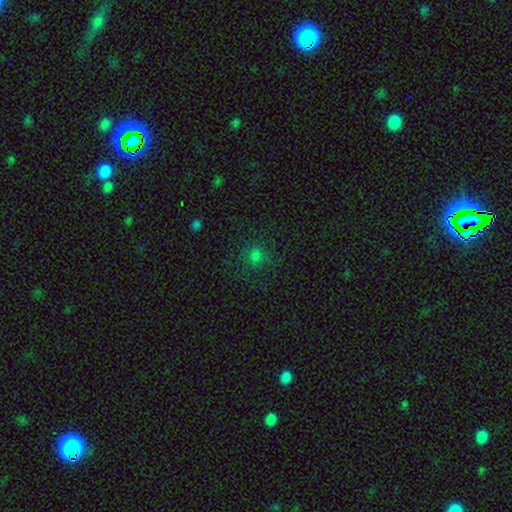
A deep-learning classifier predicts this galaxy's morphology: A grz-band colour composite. It shows a smooth galaxy with no disk features (72%) that is round (87%). Merging: none (78%).